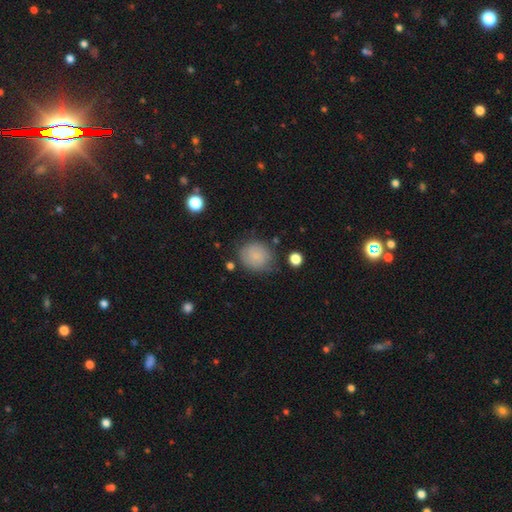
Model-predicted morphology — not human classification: type=smooth (80%); roundness=round (77%); merging=none (72%).